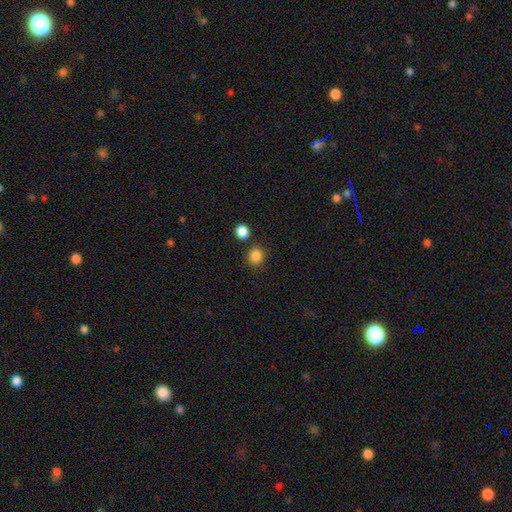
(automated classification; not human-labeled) smooth-or-featured: smooth: 86% | star or artifact: 11% | featured or disk: 4%
  how-rounded: round: 85% | in between: 14% | cigar-shaped: 1%
  merging: none: 80% | minor disturbance: 9% | merger: 8% | major disturbance: 3%